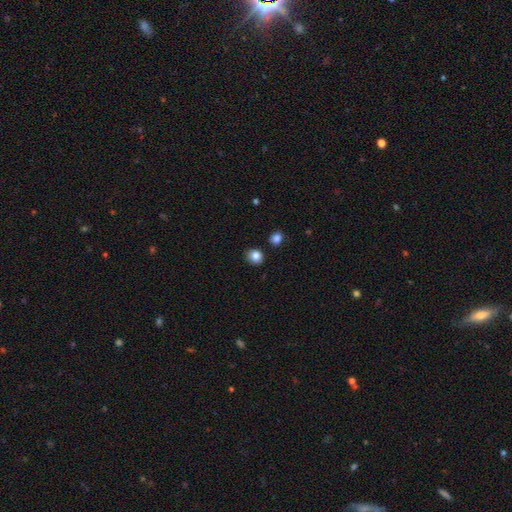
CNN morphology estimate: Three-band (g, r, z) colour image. It shows a smooth galaxy with no disk features (85%) that is round (74%). Merging: none (85%).